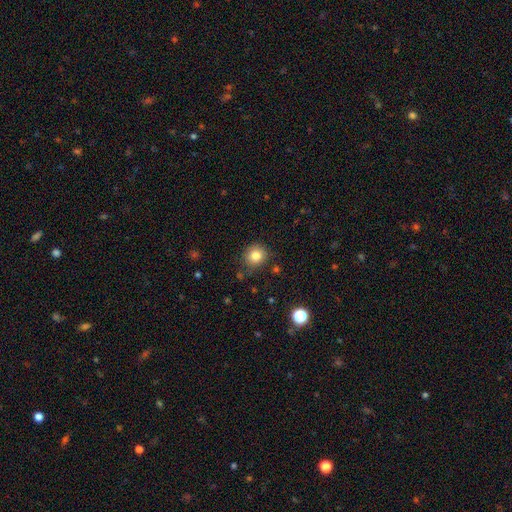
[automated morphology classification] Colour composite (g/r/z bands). It shows a smooth galaxy with no disk features (82%) that is round (85%). Merging: none (82%).